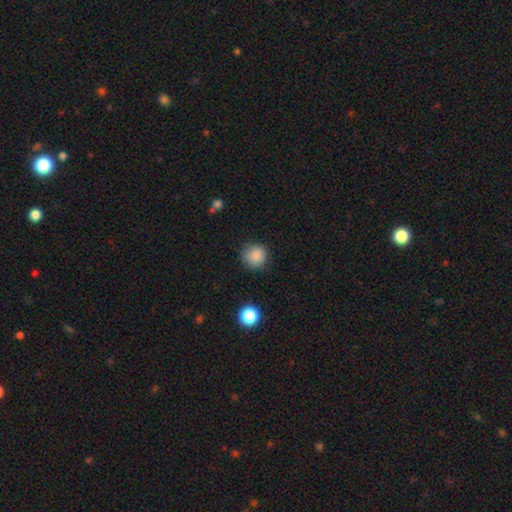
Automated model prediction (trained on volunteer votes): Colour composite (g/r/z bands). It shows a smooth galaxy with no disk features (87%) that is round (93%). Merging: none (87%).